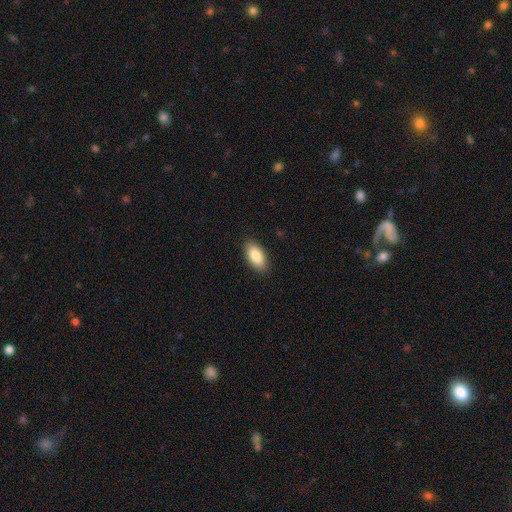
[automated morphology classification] Overall: smooth (87%). How rounded: in between (91%). Merging: none (89%).